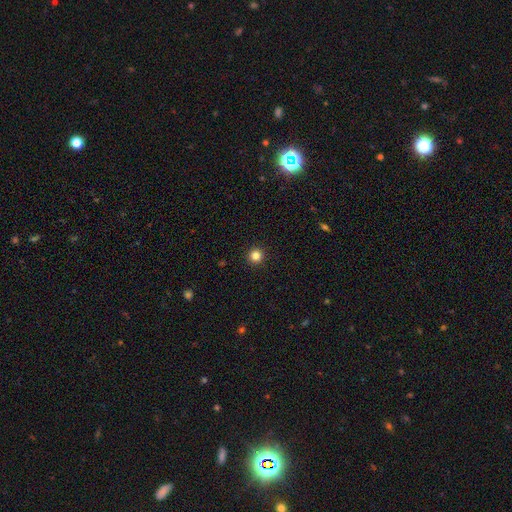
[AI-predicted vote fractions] Smooth or featured?
  - smooth: 83% *
  - star or artifact: 13%
  - featured or disk: 4%
How rounded?
  - round: 96% *
  - in between: 3%
  - cigar-shaped: 1%
Merging?
  - none: 94% *
  - minor disturbance: 4%
  - major disturbance: 1%
  - merger: 1%